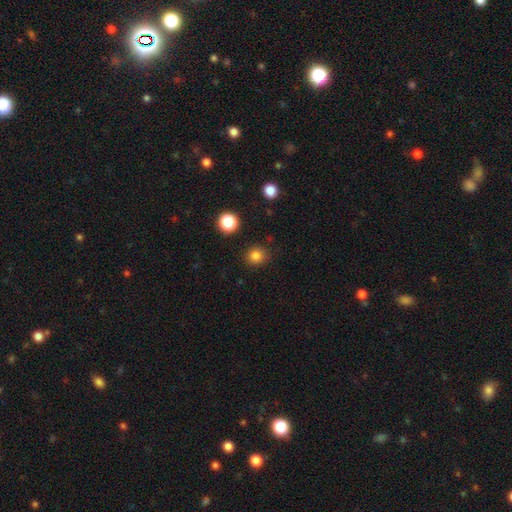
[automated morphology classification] This is clearly a smooth galaxy (82%). How rounded: clearly round (86%). Merging: clearly none (87%).